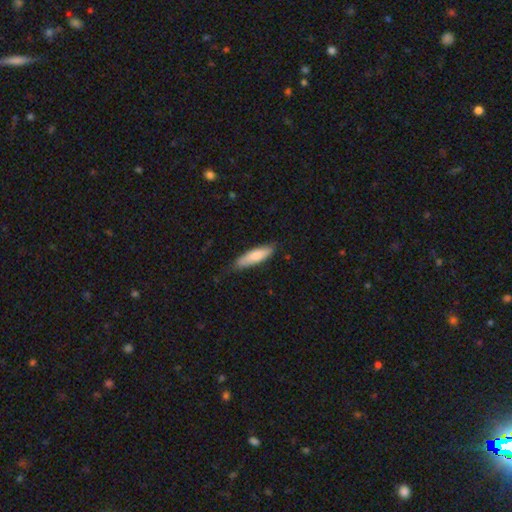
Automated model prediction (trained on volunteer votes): Morphology: type=smooth (78%); roundness=cigar-shaped (60%); merging=none (78%).